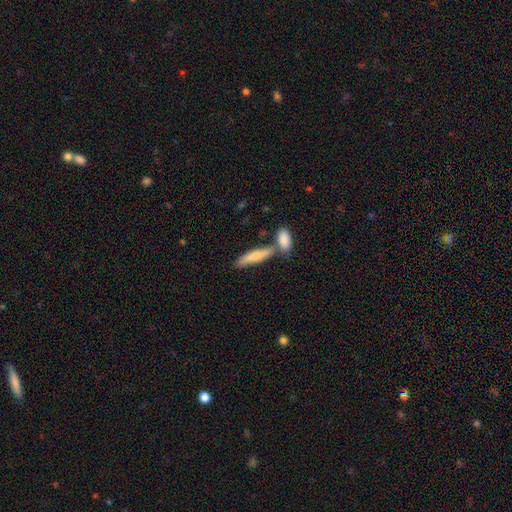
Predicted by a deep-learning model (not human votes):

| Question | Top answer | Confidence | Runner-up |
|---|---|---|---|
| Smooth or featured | smooth | 71% | featured or disk (23%) |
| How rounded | cigar-shaped | 72% | in between (26%) |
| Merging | none | 56% | merger (29%) |